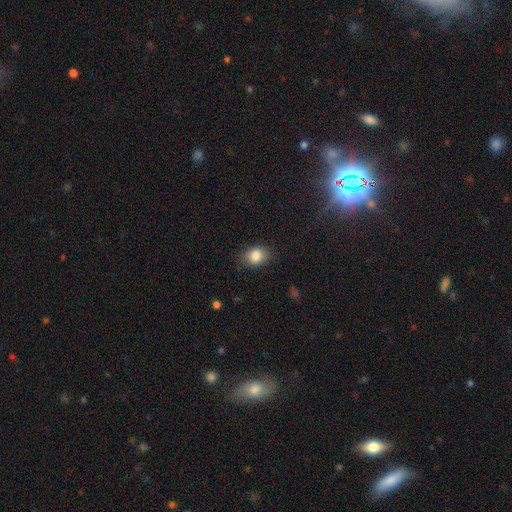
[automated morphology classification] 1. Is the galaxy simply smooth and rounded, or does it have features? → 85% smooth, 9% star or artifact, 6% featured or disk.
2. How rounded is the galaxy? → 61% in between, 38% round, 1% cigar-shaped.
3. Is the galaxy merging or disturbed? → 79% none, 16% minor disturbance, 4% major disturbance, 1% merger.